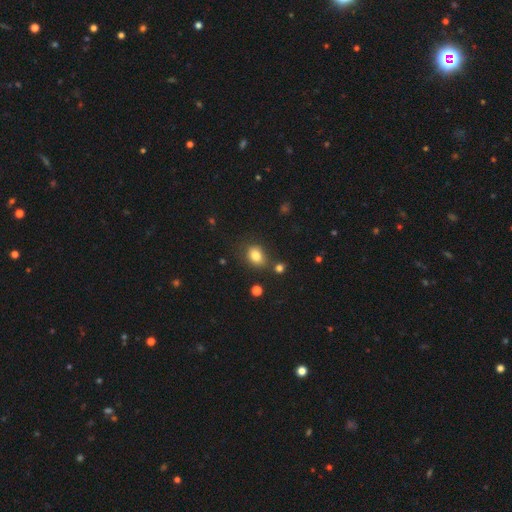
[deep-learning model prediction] This is clearly a smooth galaxy (82%). How rounded: possibly in between (60%). Merging: likely none (70%).